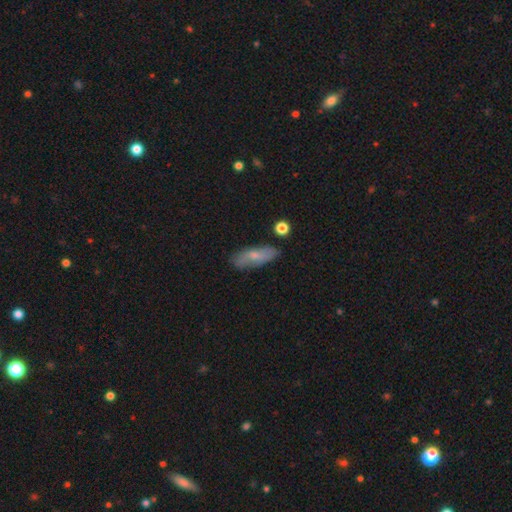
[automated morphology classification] type=smooth (60%); roundness=in between (63%); merging=none (76%).